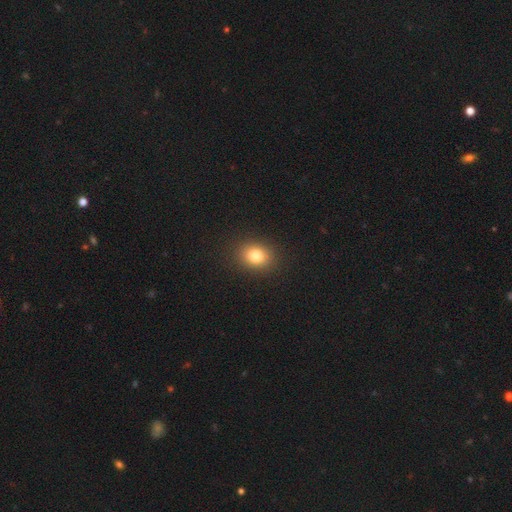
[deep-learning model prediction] Smooth or featured: smooth — 81% (star or artifact — 12%)
How rounded: round — 52% (in between — 47%)
Merging: none — 89% (minor disturbance — 8%)